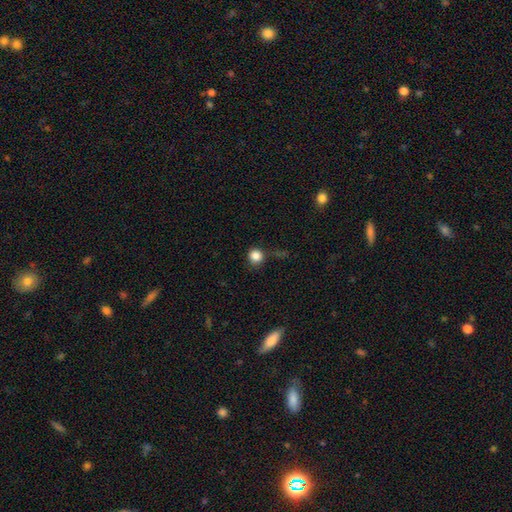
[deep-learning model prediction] smooth 84%, star or artifact 12%, featured or disk 4%. Down the decision tree: how rounded — round (92%); merging — none (77%).